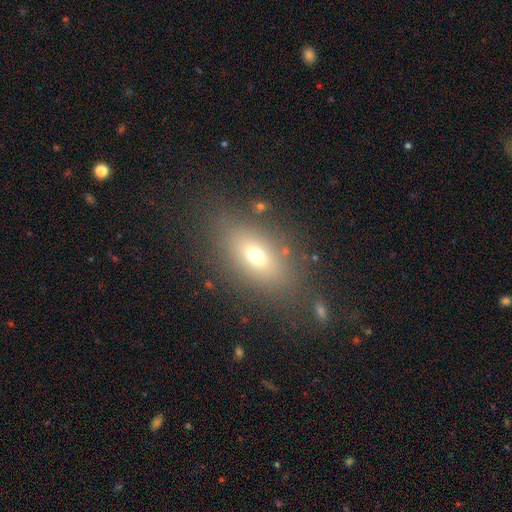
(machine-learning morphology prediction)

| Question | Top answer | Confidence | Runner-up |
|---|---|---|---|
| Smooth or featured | smooth | 67% | featured or disk (18%) |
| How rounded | in between | 81% | round (12%) |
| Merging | none | 78% | minor disturbance (12%) |